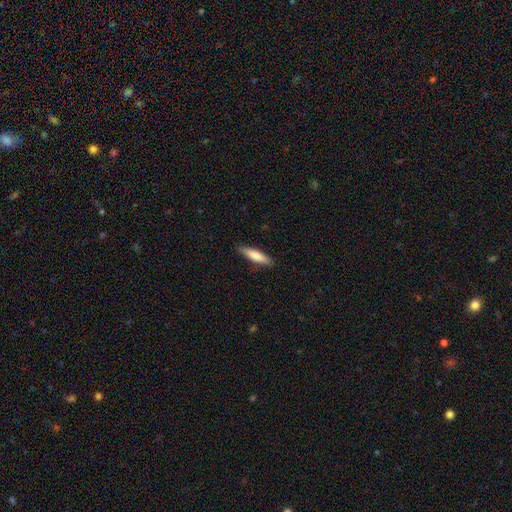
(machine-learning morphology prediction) A smooth galaxy with no disk features (75%) that is cigar-shaped (76%). Merging: none (87%).